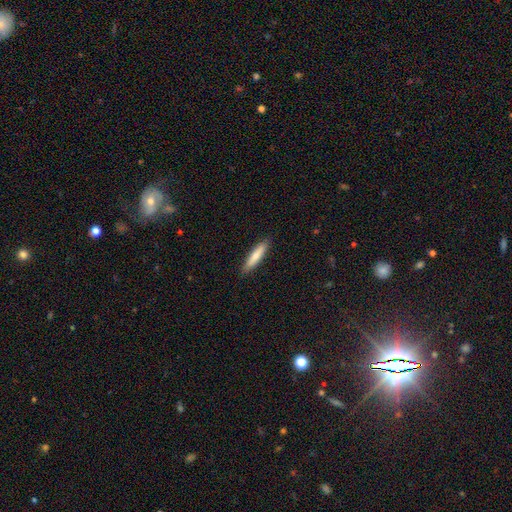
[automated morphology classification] Smooth or featured: smooth — 78% (featured or disk — 17%)
How rounded: cigar-shaped — 85% (in between — 14%)
Merging: none — 89% (minor disturbance — 8%)